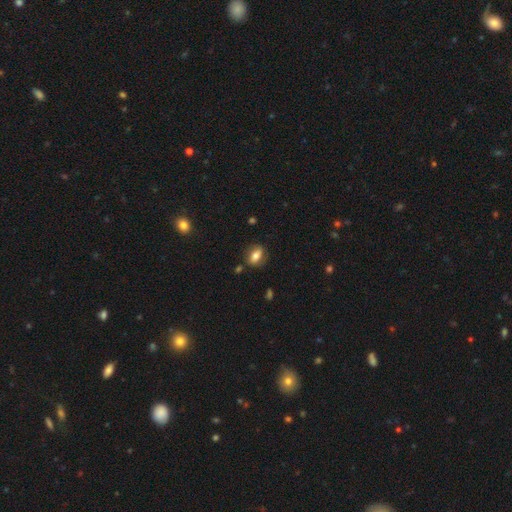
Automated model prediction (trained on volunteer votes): Overall: smooth (71%). How rounded: in between (76%). Merging: none (74%).